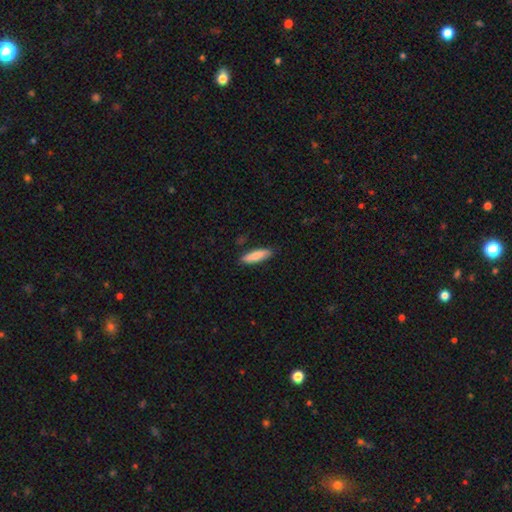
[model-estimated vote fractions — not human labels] smooth-or-featured: smooth: 86% | featured or disk: 9% | star or artifact: 6%
  how-rounded: cigar-shaped: 65% | in between: 34% | round: 1%
  merging: none: 86% | minor disturbance: 10% | major disturbance: 2% | merger: 1%